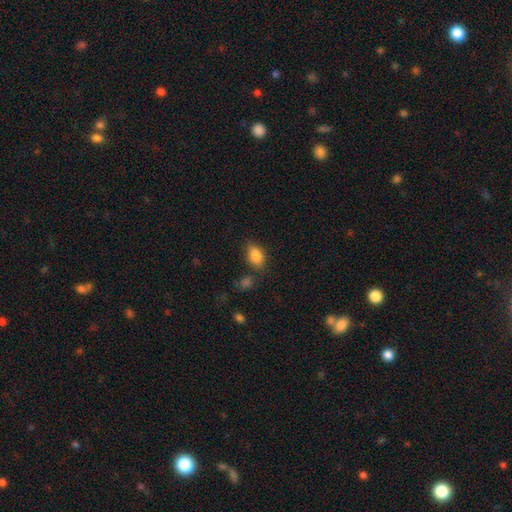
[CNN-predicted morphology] Q: Smooth or featured?
A: smooth (84%); runner-up: star or artifact (9%)
Q: How rounded?
A: in between (82%); runner-up: round (15%)
Q: Merging?
A: none (68%); runner-up: minor disturbance (20%)